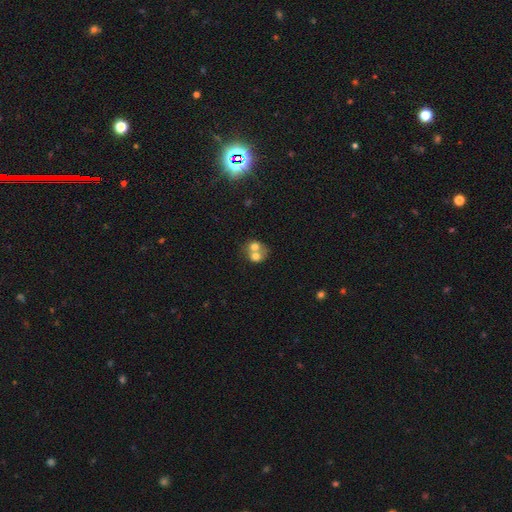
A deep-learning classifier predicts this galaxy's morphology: This is likely a smooth galaxy (64%). How rounded: likely round (64%). Merging: likely merger (70%).